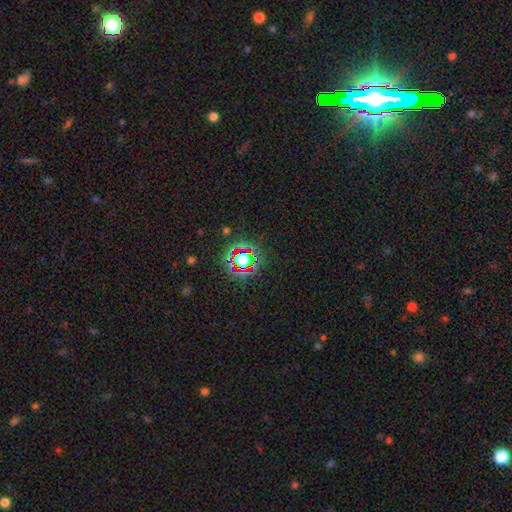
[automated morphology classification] A star or artifact, not a galaxy (79%).

Vote fractions:
- Smooth or featured? star or artifact: 79% / smooth: 12% / featured or disk: 9%